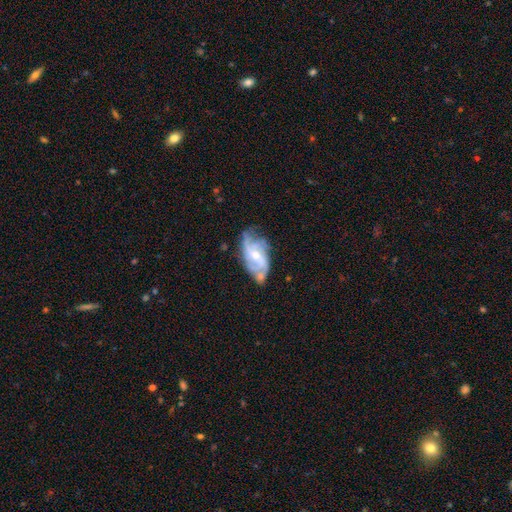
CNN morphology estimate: Overall: featured or disk (84%). Edge-on disk: no (96%). Bar: weak (45%; no 43%). Spiral arms: yes (94%). Spiral arm count: 3 (30%; can't tell 21%). Spiral winding: medium (46%; tight 33%). Bulge size: moderate (52%; small 43%). Merging: none (59%; minor disturbance 26%).